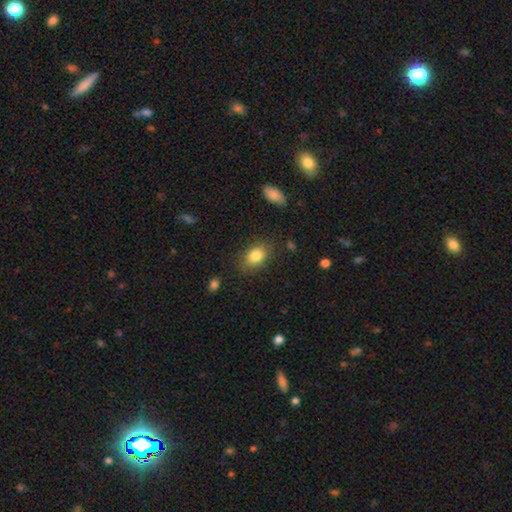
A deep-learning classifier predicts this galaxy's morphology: Smooth or featured? Predicted: smooth (p=0.83). How rounded? Predicted: in between (p=0.78). Merging? Predicted: none (p=0.80).